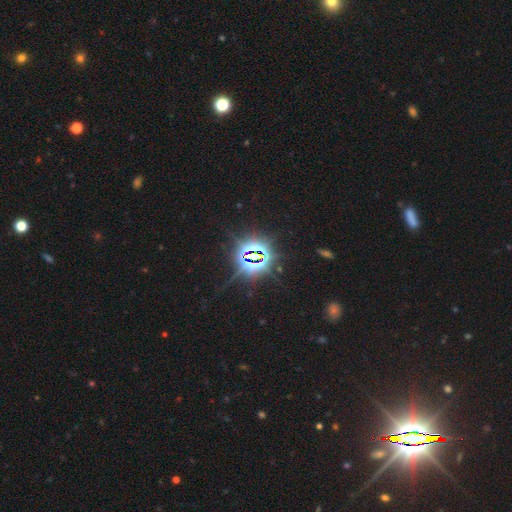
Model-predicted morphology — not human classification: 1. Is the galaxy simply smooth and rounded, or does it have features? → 86% star or artifact, 7% smooth, 7% featured or disk.